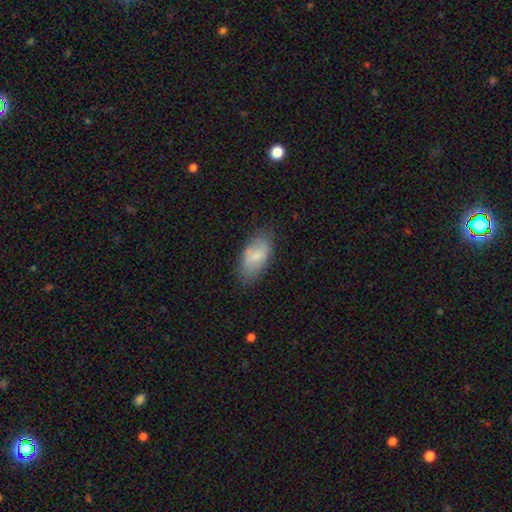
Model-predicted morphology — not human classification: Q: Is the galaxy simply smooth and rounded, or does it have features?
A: smooth — 75%.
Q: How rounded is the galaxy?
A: in between — 92%.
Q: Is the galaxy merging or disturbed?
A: none — 76%.